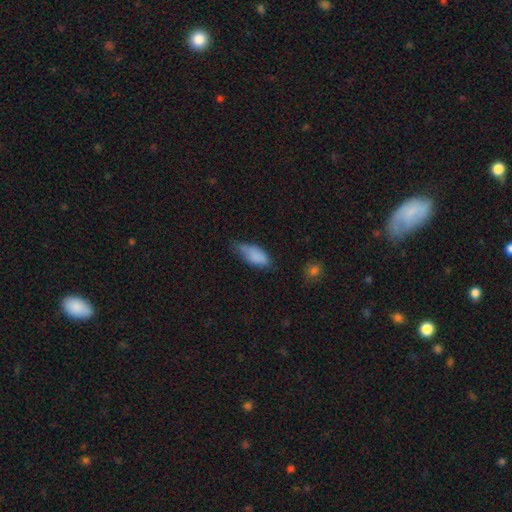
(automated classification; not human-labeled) Q: Smooth or featured?
A: smooth (82%); runner-up: featured or disk (10%)
Q: How rounded?
A: in between (85%); runner-up: cigar-shaped (13%)
Q: Merging?
A: none (43%); runner-up: minor disturbance (42%)